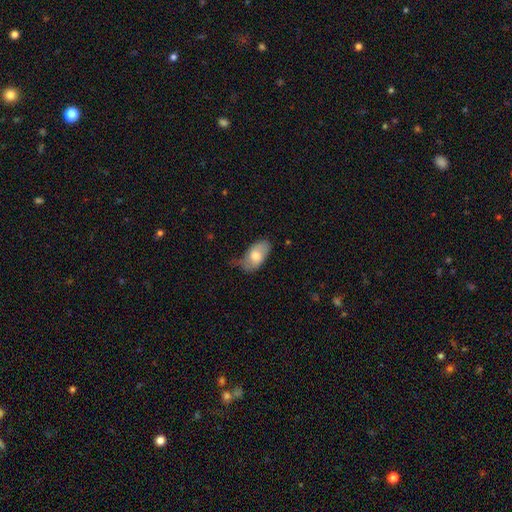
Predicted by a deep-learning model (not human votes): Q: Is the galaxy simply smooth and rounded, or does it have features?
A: smooth — 69%.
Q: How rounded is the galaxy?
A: in between — 93%.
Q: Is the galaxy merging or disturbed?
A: none — 42%.